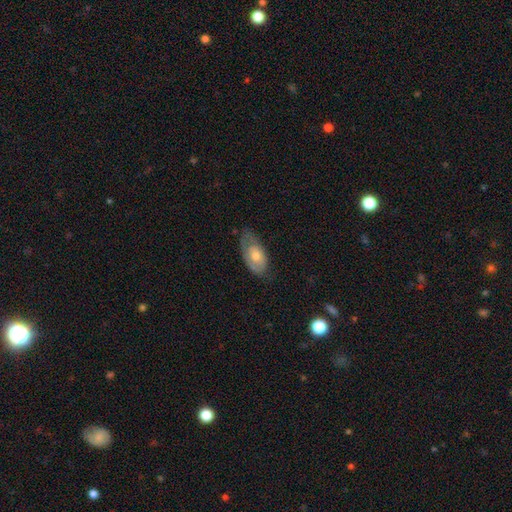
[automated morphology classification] smooth 48%, featured or disk 45%, star or artifact 6%. Down the decision tree: merging — none (55%).